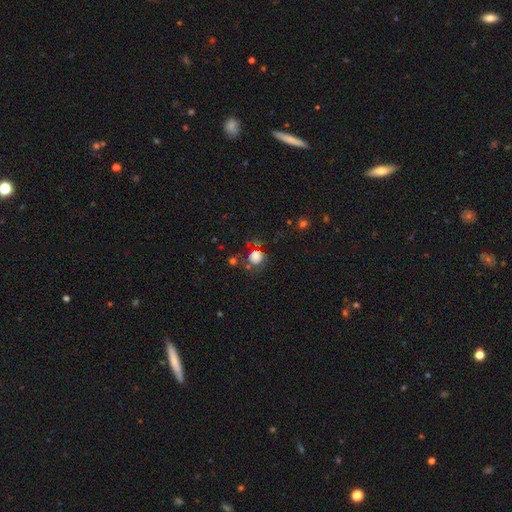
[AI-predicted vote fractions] smooth_or_featured: smooth (p=0.70) [alt: featured or disk p=0.15]
how_rounded: round (p=0.81) [alt: in between p=0.18]
merging: none (p=0.58) [alt: minor disturbance p=0.19]